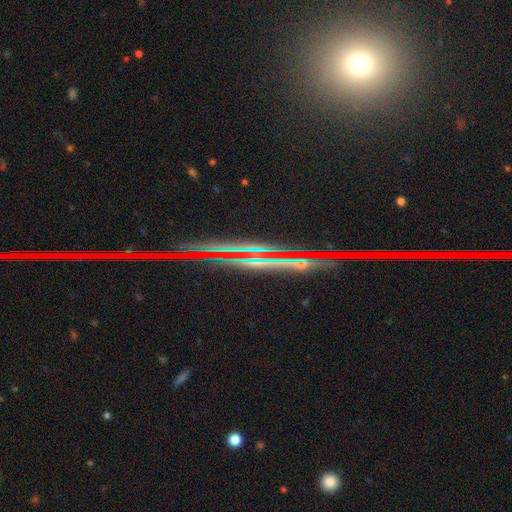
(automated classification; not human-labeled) smooth-or-featured: star or artifact: 60% | featured or disk: 30% | smooth: 10%